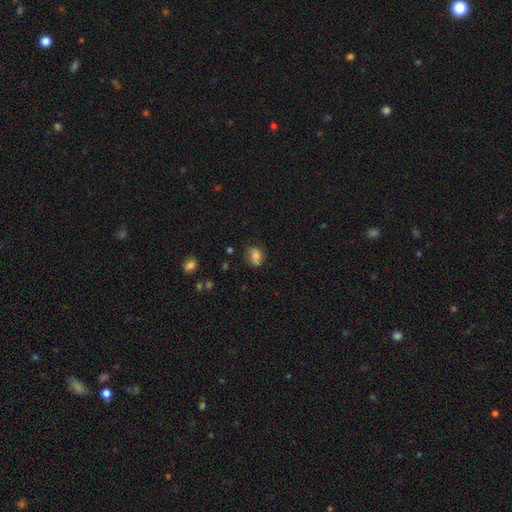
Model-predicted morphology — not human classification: smooth 72%, featured or disk 18%, star or artifact 10%. Down the decision tree: how rounded — in between (53%); merging — none (62%).